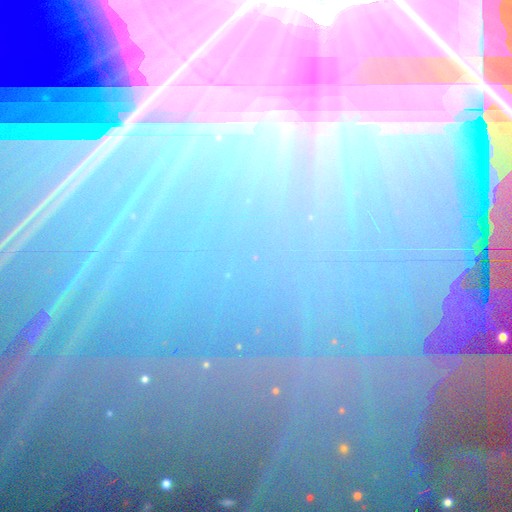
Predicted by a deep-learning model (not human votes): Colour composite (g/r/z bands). It shows a star or artifact, not a galaxy (81%).